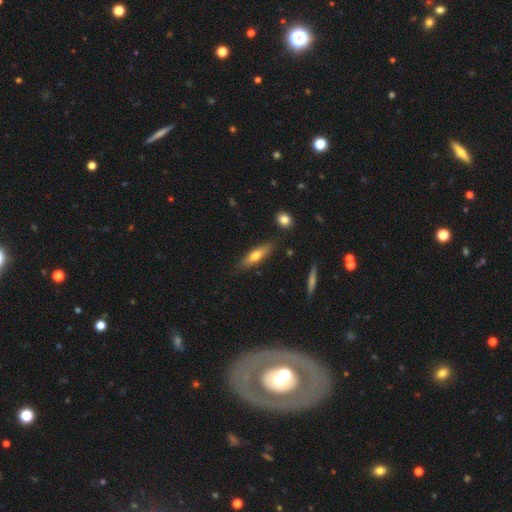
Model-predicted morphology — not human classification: A smooth galaxy with no disk features (62%) that is cigar-shaped (63%).

Vote fractions:
- Smooth or featured? smooth: 62% / featured or disk: 31% / star or artifact: 6%
- How rounded? cigar-shaped: 63% / in between: 35% / round: 2%
- Merging? none: 80% / minor disturbance: 15% / major disturbance: 3% / merger: 3%